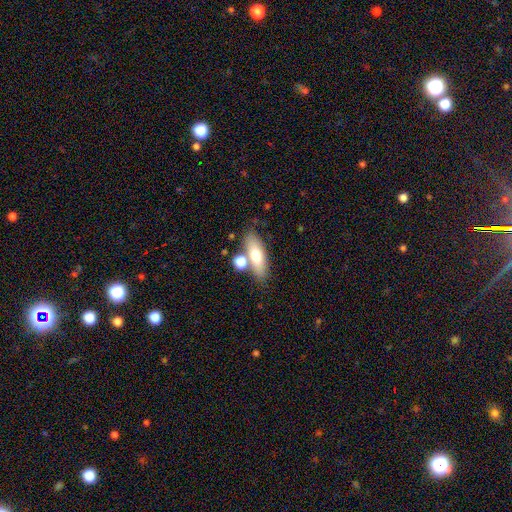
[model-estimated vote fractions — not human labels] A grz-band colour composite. It shows a smooth galaxy with no disk features (68%) that is in between round and cigar-shaped (66%). Merging: none (65%).